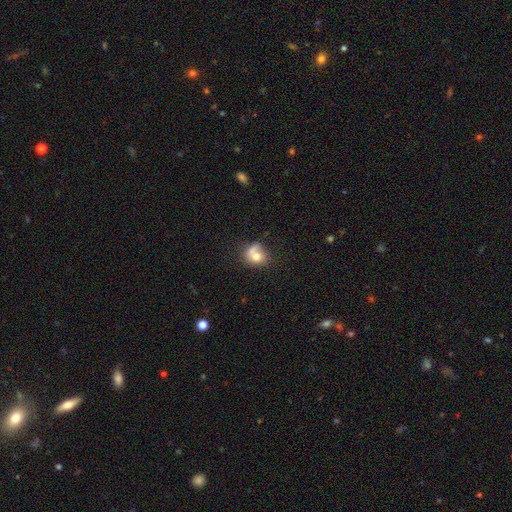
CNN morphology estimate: smooth_or_featured: smooth (p=0.69) [alt: featured or disk p=0.21]
how_rounded: round (p=0.64) [alt: in between p=0.35]
merging: none (p=0.36) [alt: merger p=0.27]